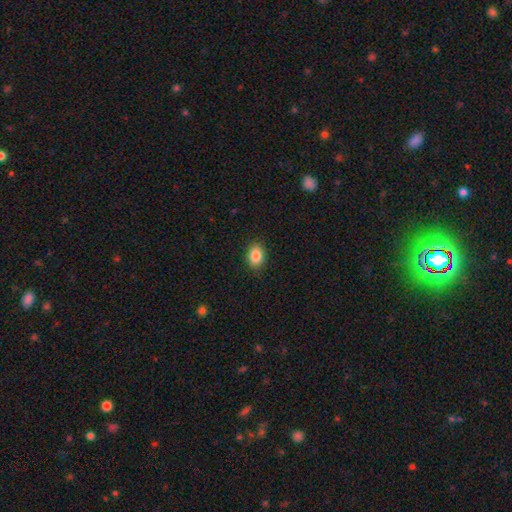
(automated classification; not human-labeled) smooth-or-featured: smooth: 86% | star or artifact: 8% | featured or disk: 5%
  how-rounded: in between: 77% | round: 22% | cigar-shaped: 1%
  merging: none: 87% | minor disturbance: 10% | major disturbance: 2% | merger: 1%